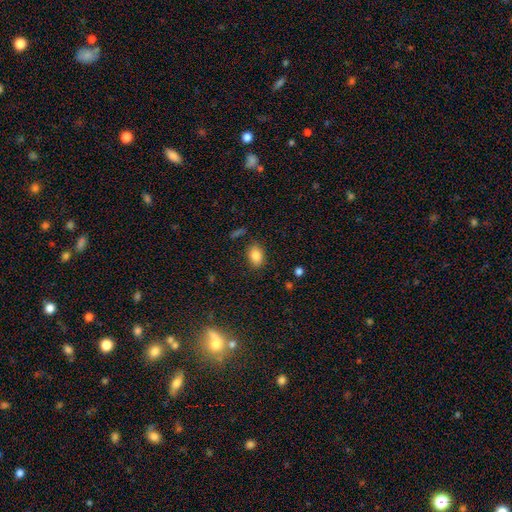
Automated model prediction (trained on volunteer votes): This is clearly a smooth galaxy (84%). How rounded: likely in between (79%). Merging: clearly none (84%).